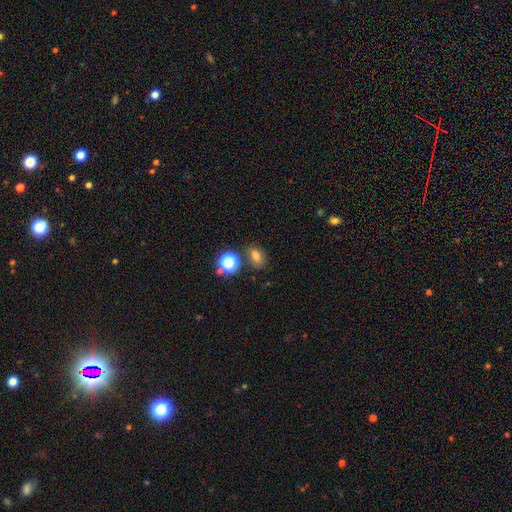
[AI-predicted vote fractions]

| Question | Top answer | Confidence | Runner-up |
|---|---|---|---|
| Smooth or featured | smooth | 72% | star or artifact (18%) |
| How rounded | in between | 67% | round (31%) |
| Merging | none | 75% | minor disturbance (12%) |